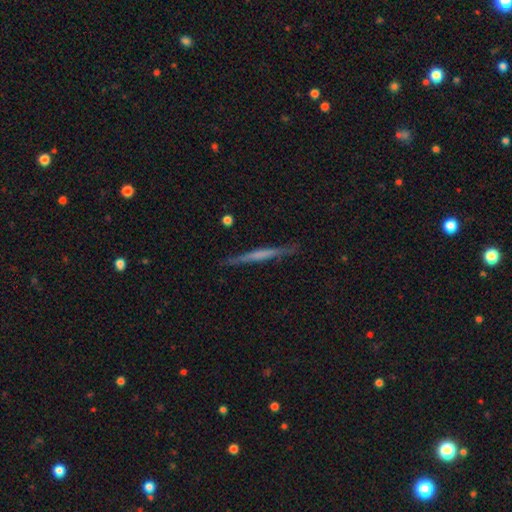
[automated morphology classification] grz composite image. It shows a featured or disk galaxy (57%) viewed edge-on (97%) with no central bulge (67%). Merging: none (89%).